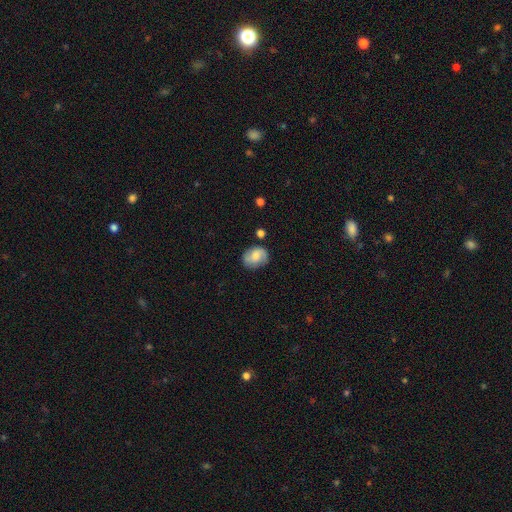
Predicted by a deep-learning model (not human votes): The model was most divided on "how rounded": in between: 53%, round: 46%, cigar-shaped: 1%. More confident: merging — none (69%); smooth or featured — smooth (54%).